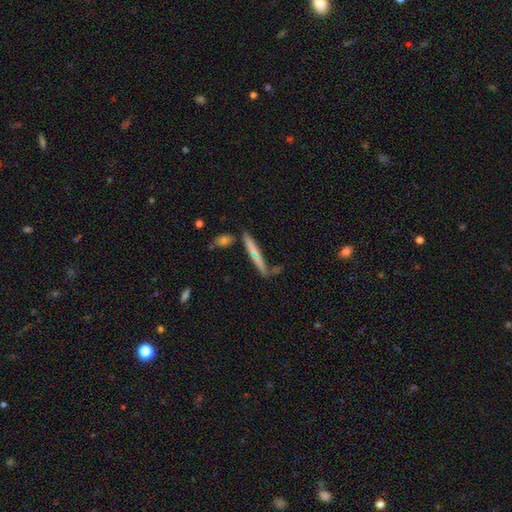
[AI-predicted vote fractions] Smooth or featured: smooth — 48% (featured or disk — 44%)
Merging: none — 60% (minor disturbance — 20%)